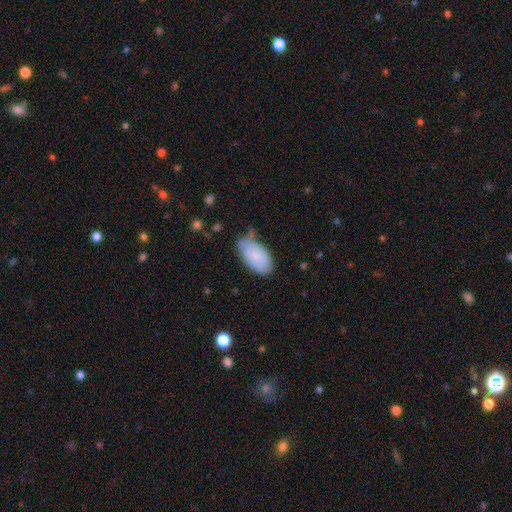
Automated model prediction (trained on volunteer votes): Q: Smooth or featured?
A: smooth (77%); runner-up: featured or disk (17%)
Q: How rounded?
A: in between (95%); runner-up: cigar-shaped (3%)
Q: Merging?
A: none (58%); runner-up: minor disturbance (31%)